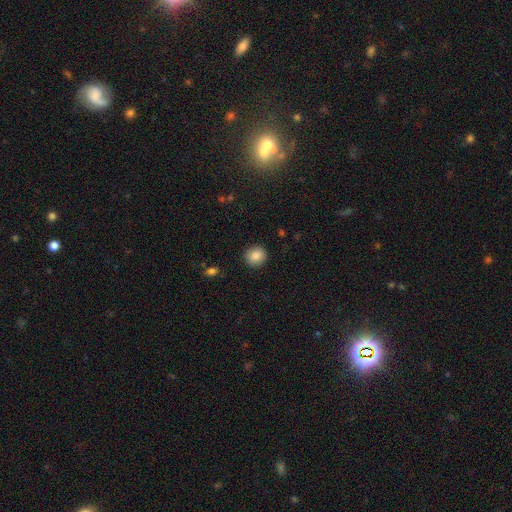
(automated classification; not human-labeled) Morphology: type=smooth (85%); roundness=round (90%); merging=none (92%).